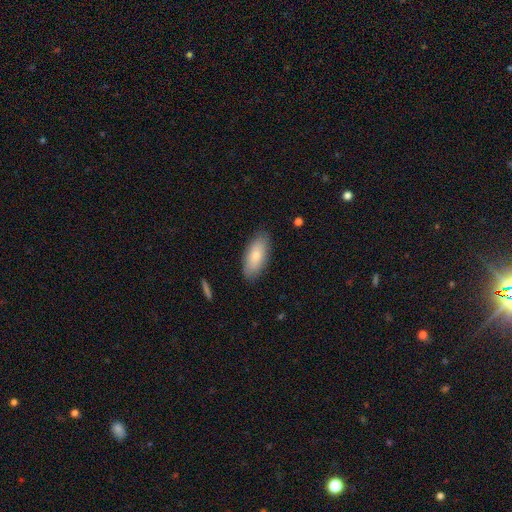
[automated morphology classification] Smooth or featured? Predicted: smooth (p=0.77). How rounded? Predicted: in between (p=0.88). Merging? Predicted: none (p=0.84).